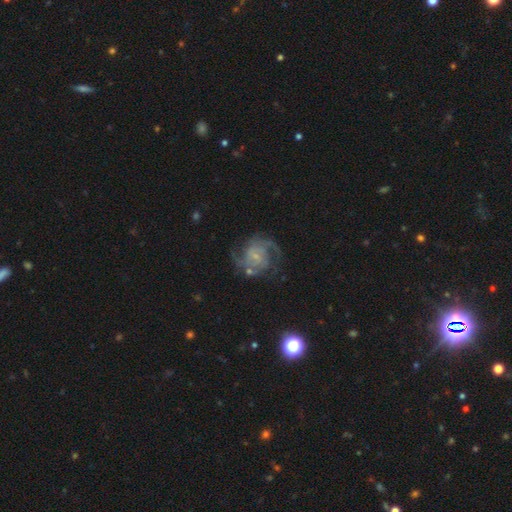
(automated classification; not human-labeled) Smooth or featured?
  - featured or disk: 86% *
  - smooth: 8%
  - star or artifact: 6%
Edge-on disk?
  - no: 98% *
  - yes: 2%
Bar?
  - no: 50% *
  - weak: 41%
  - strong: 8%
Spiral arms?
  - yes: 96% *
  - no: 4%
Spiral winding?
  - medium: 52% *
  - tight: 31%
  - loose: 18%
Spiral arm count?
  - 2: 57% *
  - 3: 15%
  - can't tell: 13%
  - 4: 5%
  - 1: 5%
  - more than 4: 4%
Bulge size?
  - small: 68% *
  - none: 15%
  - moderate: 14%
  - large: 2%
  - dominant: 1%
Merging?
  - none: 66% *
  - minor disturbance: 17%
  - major disturbance: 14%
  - merger: 3%